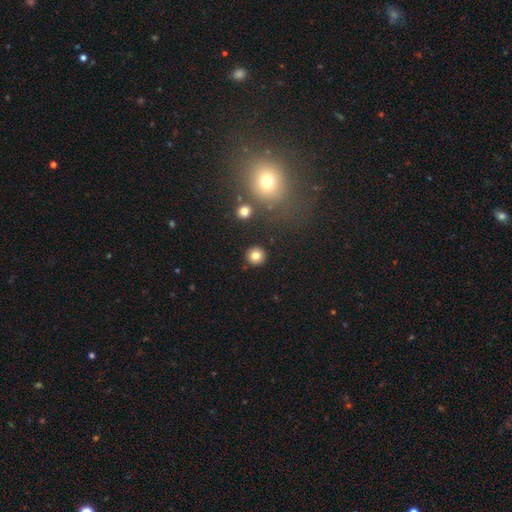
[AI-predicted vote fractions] Overall: smooth (81%). How rounded: round (94%). Merging: none (91%).